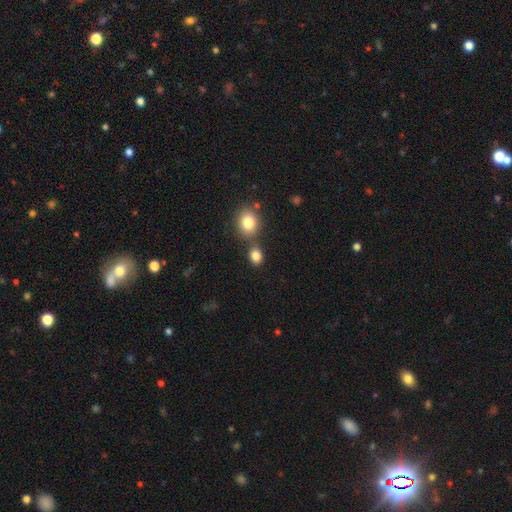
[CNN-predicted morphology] A smooth galaxy with no disk features (84%) that is round (57%).

Vote fractions:
- Smooth or featured? smooth: 84% / star or artifact: 10% / featured or disk: 5%
- How rounded? round: 57% / in between: 42% / cigar-shaped: 1%
- Merging? none: 62% / merger: 24% / minor disturbance: 10% / major disturbance: 3%